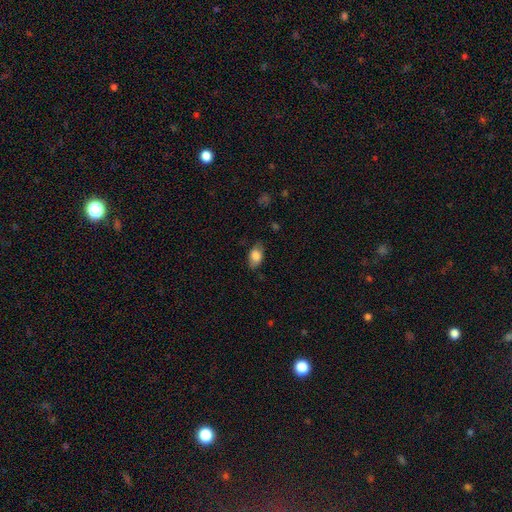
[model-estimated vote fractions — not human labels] Morphology: type=smooth (82%); roundness=in between (89%); merging=none (75%).